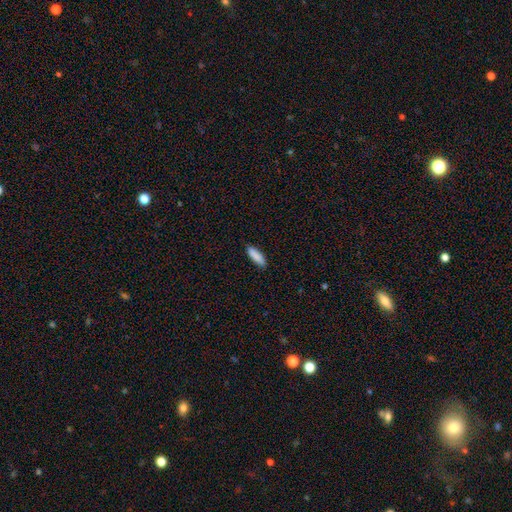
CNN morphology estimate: Smooth or featured? smooth (88%)
How rounded? cigar-shaped (57%)
Merging? none (87%)